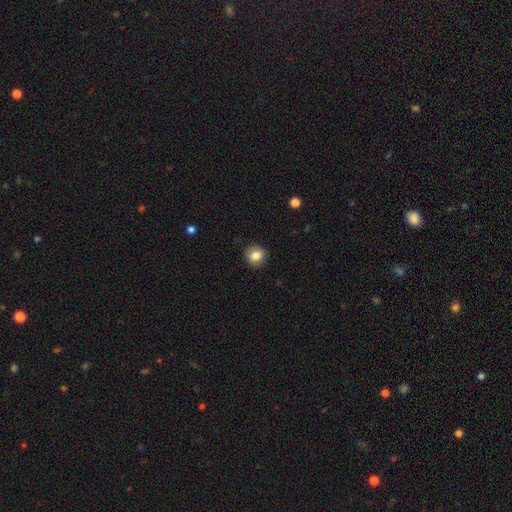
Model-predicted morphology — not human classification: Smooth or featured? Predicted: smooth (p=0.82). How rounded? Predicted: round (p=0.83). Merging? Predicted: none (p=0.87).